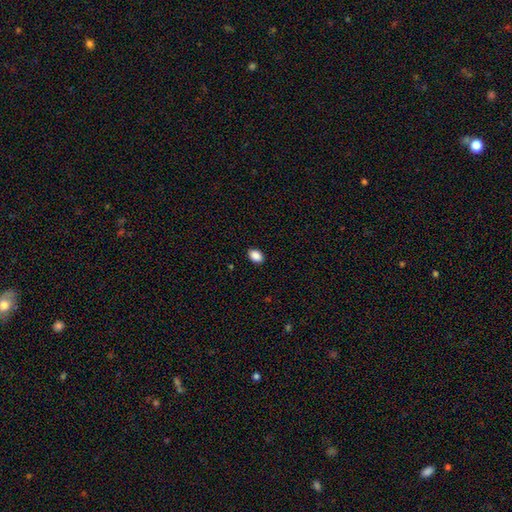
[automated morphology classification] The model was most divided on "how rounded": in between: 81%, round: 17%, cigar-shaped: 1%. More confident: smooth or featured — smooth (89%); merging — none (89%).